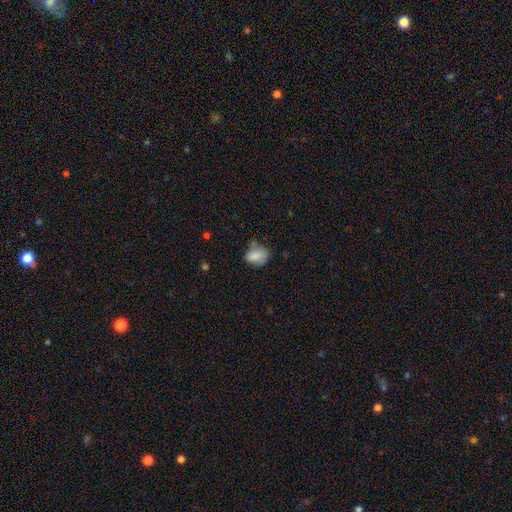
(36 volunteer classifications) Smooth or featured?
  - smooth: 81% *
  - featured or disk: 14%
  - star or artifact: 6%
How rounded?
  - in between: 66% *
  - round: 31%
  - cigar-shaped: 3%
Merging?
  - none: 38% *
  - minor disturbance: 32%
  - major disturbance: 21%
  - merger: 9%